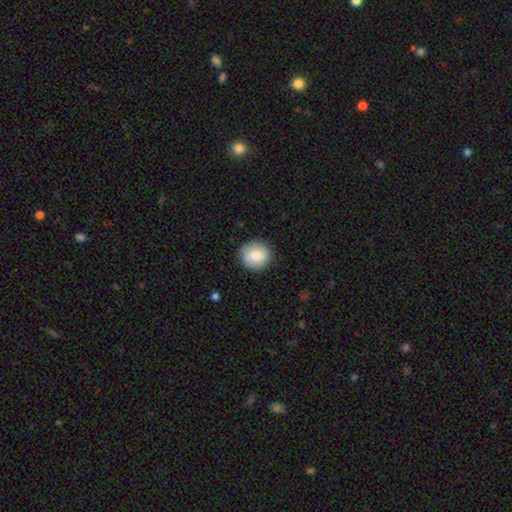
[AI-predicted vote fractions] A smooth galaxy with no disk features (82%) that is round (90%). Merging: none (86%).